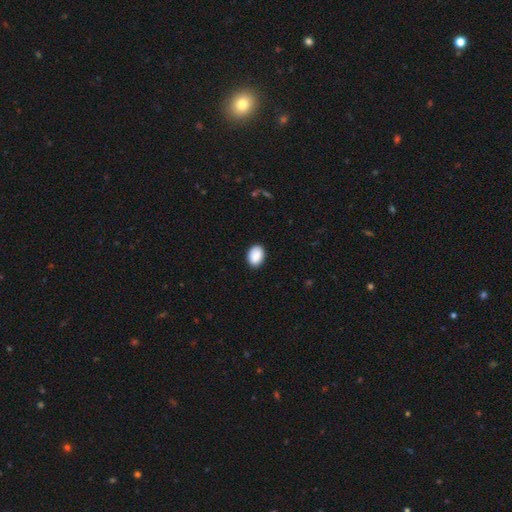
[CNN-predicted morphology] This appears to be a smooth galaxy with no disk features (90%) that is in between round and cigar-shaped (78%). Merging: none (89%).